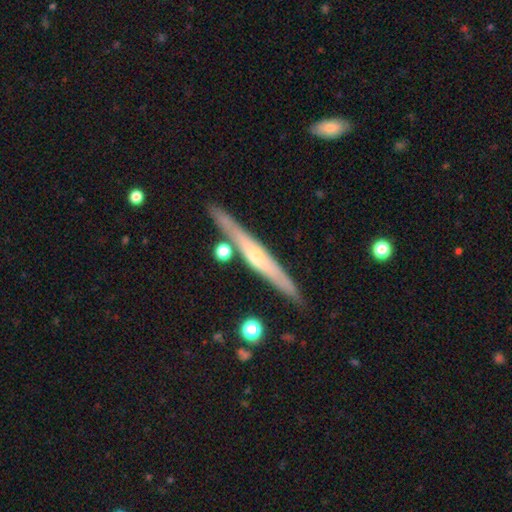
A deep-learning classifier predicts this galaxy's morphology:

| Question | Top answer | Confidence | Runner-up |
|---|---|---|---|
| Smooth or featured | featured or disk | 66% | smooth (28%) |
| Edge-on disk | yes | 95% | no (5%) |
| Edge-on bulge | rounded | 59% | none (34%) |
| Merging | none | 84% | minor disturbance (10%) |